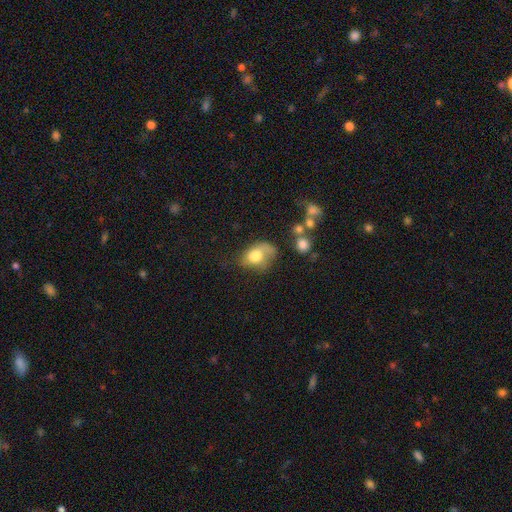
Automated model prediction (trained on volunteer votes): This is likely a smooth galaxy (71%). How rounded: likely in between (73%). Merging: marginally none (34%).